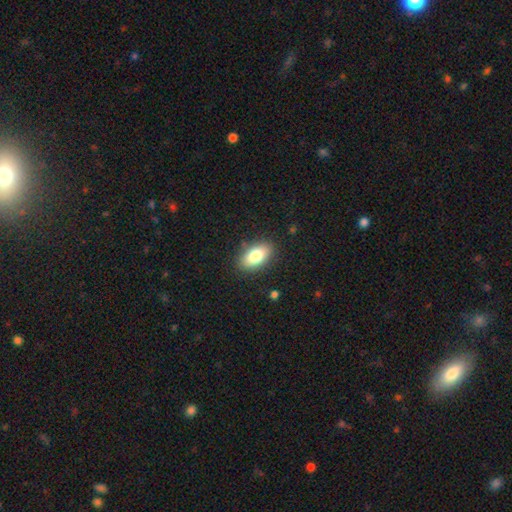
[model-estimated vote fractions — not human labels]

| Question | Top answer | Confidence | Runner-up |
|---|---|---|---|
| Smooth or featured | smooth | 79% | featured or disk (13%) |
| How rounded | in between | 92% | round (5%) |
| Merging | none | 86% | minor disturbance (10%) |